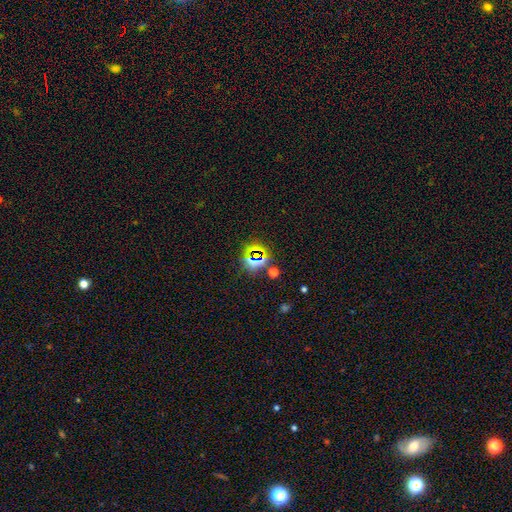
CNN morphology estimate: Smooth or featured: star or artifact — 67% (smooth — 23%)